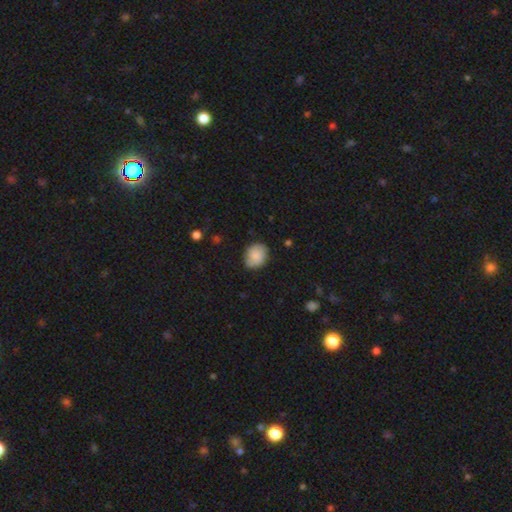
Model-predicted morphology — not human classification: The model was most divided on "how rounded": round: 57%, in between: 42%, cigar-shaped: 1%. More confident: smooth or featured — smooth (78%); merging — none (75%).